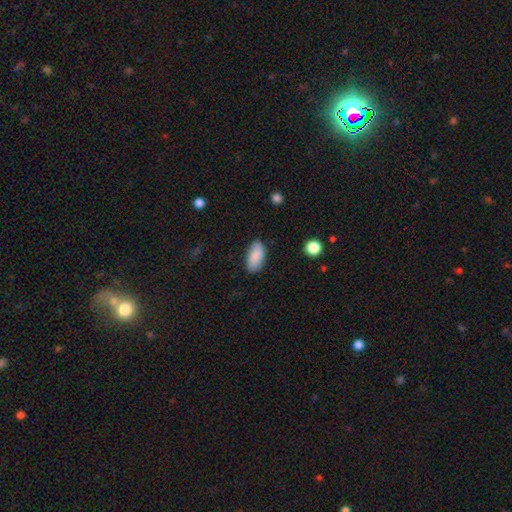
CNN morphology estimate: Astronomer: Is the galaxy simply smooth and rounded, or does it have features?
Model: smooth — 86%.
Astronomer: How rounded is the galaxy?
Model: in between — 91%.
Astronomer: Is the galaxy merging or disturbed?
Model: none — 82%.